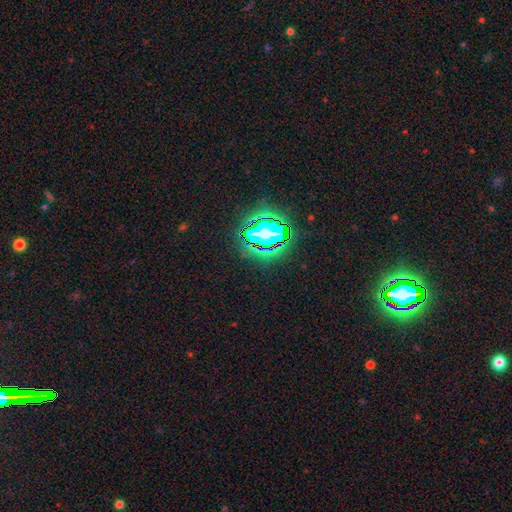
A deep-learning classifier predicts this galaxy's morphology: type=star or artifact (83%).